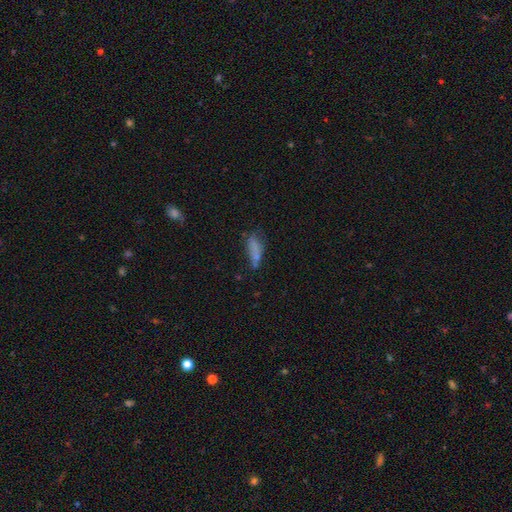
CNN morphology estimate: A smooth galaxy with no disk features (61%) that is in between round and cigar-shaped (49%). Merging: none (51%).